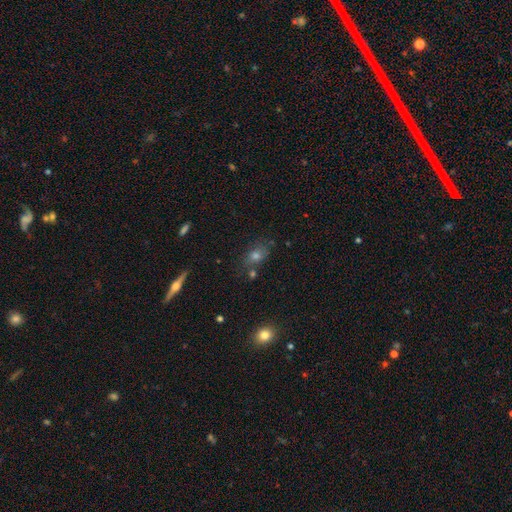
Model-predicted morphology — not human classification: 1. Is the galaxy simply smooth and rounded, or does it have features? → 60% smooth, 21% star or artifact, 20% featured or disk.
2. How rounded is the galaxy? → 62% in between, 33% round, 4% cigar-shaped.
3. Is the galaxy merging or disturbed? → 72% none, 15% minor disturbance, 8% merger, 5% major disturbance.